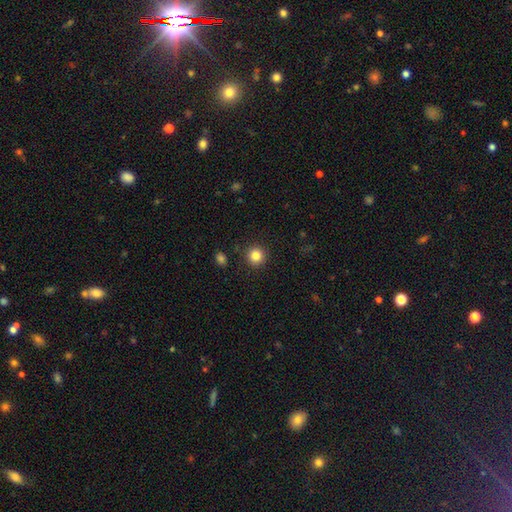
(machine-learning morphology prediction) type=smooth (84%); roundness=round (94%); merging=none (91%).